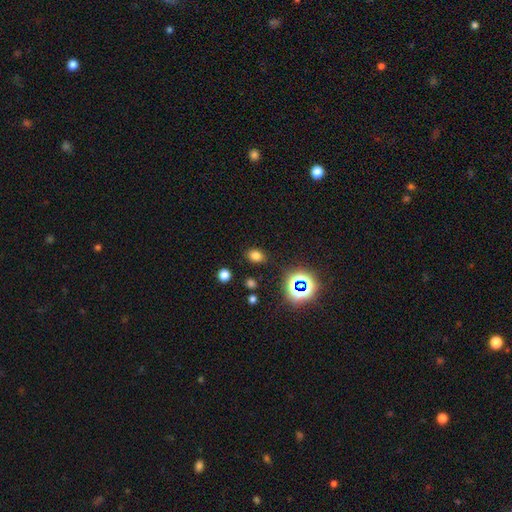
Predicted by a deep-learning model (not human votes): This is likely a smooth galaxy (73%). How rounded: likely in between (64%). Merging: clearly none (85%).